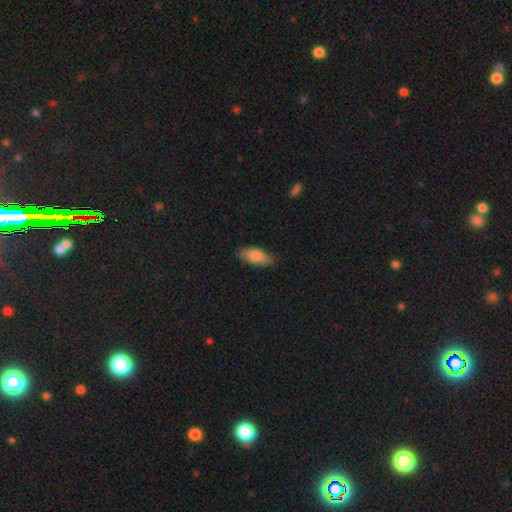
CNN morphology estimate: Smooth or featured?
  - smooth: 82% *
  - featured or disk: 12%
  - star or artifact: 6%
How rounded?
  - in between: 86% *
  - cigar-shaped: 12%
  - round: 2%
Merging?
  - none: 80% *
  - minor disturbance: 16%
  - major disturbance: 3%
  - merger: 1%